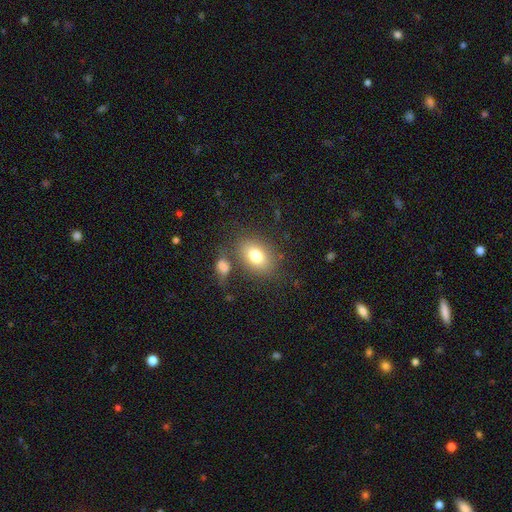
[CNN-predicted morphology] Smooth or featured: smooth — 79% (featured or disk — 12%)
How rounded: in between — 78% (round — 21%)
Merging: none — 71% (minor disturbance — 13%)